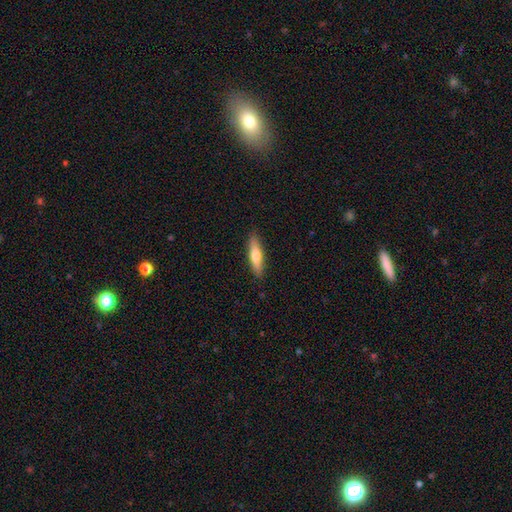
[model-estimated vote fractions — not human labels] A smooth galaxy with no disk features (67%) that is cigar-shaped (74%). Merging: none (89%).